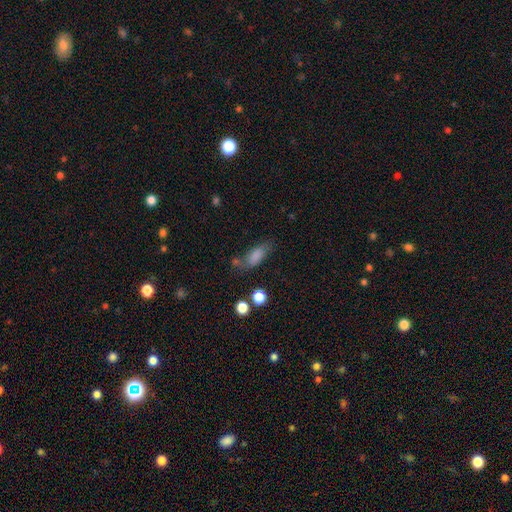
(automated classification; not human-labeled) A smooth galaxy with no disk features (79%) that is in between round and cigar-shaped (76%). Merging: none (55%).